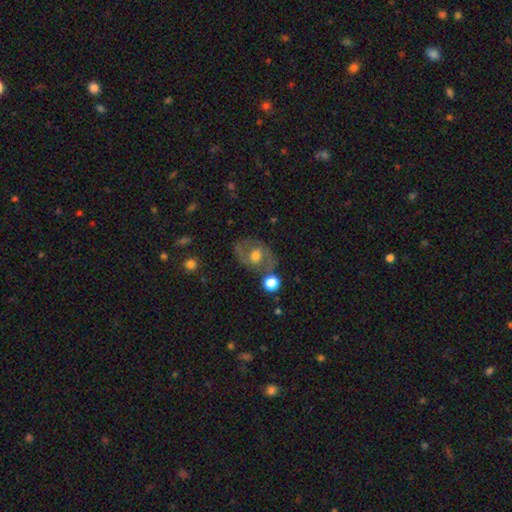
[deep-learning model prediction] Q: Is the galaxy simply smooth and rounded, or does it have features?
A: featured or disk — 59%.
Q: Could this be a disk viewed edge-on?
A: no — 95%.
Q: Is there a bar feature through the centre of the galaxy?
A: no — 60%.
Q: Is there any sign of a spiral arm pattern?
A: yes — 65%.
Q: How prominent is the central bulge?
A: moderate — 63%.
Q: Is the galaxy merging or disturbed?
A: none — 63%.